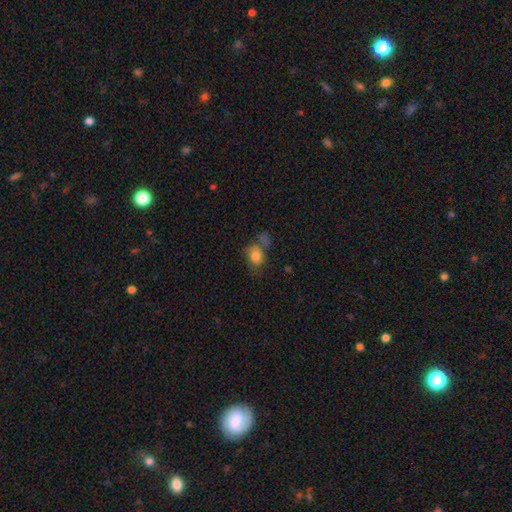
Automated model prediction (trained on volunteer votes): Smooth or featured?
  - smooth: 76% *
  - featured or disk: 14%
  - star or artifact: 10%
How rounded?
  - in between: 55% *
  - round: 44%
  - cigar-shaped: 1%
Merging?
  - none: 41% *
  - merger: 23%
  - minor disturbance: 20%
  - major disturbance: 15%